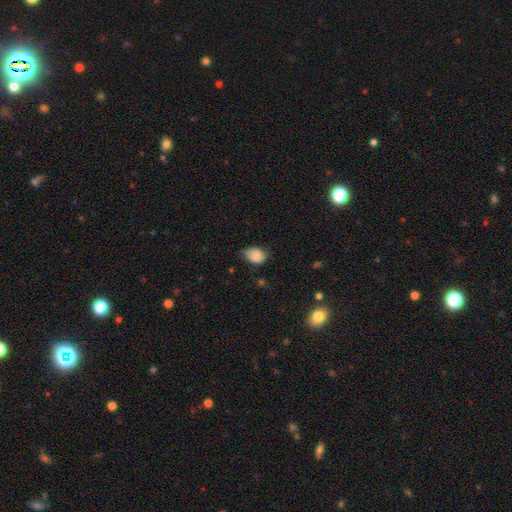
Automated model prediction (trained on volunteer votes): smooth_or_featured: smooth (p=0.85) [alt: star or artifact p=0.08]
how_rounded: in between (p=0.74) [alt: round p=0.25]
merging: none (p=0.60) [alt: minor disturbance p=0.33]